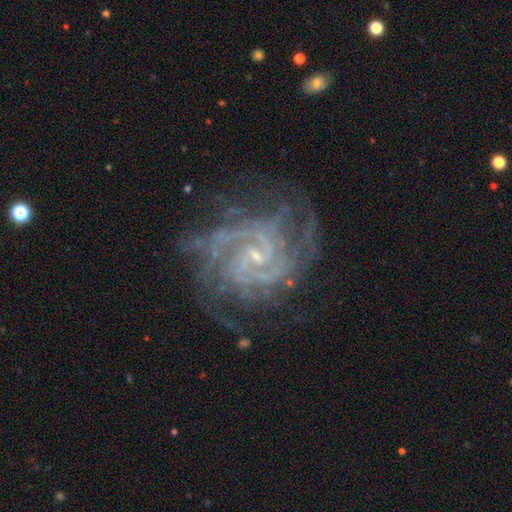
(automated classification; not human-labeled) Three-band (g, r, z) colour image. It shows a featured or disk galaxy (90%) with no bar (45%), 2 (24%) tight (62%) spiral arms (98%) and a small central bulge (79%). Merging: none (70%).